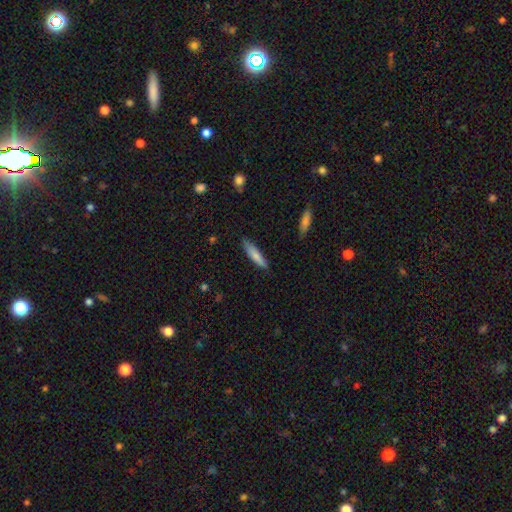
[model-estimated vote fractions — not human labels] Morphology: type=smooth (78%); roundness=cigar-shaped (82%); merging=none (83%).